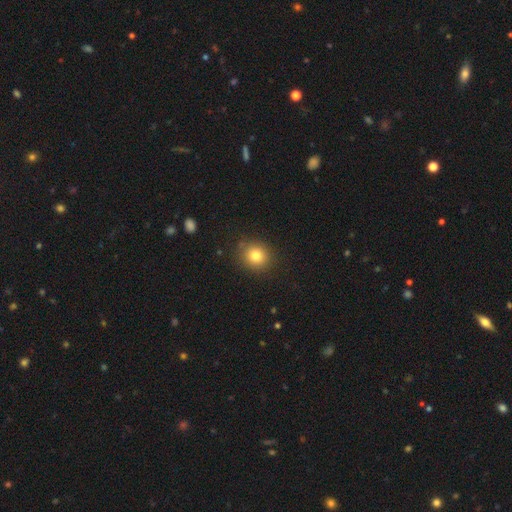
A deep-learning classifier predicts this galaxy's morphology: Q: Smooth or featured?
A: smooth (80%); runner-up: star or artifact (12%)
Q: How rounded?
A: round (83%); runner-up: in between (16%)
Q: Merging?
A: none (86%); runner-up: minor disturbance (10%)